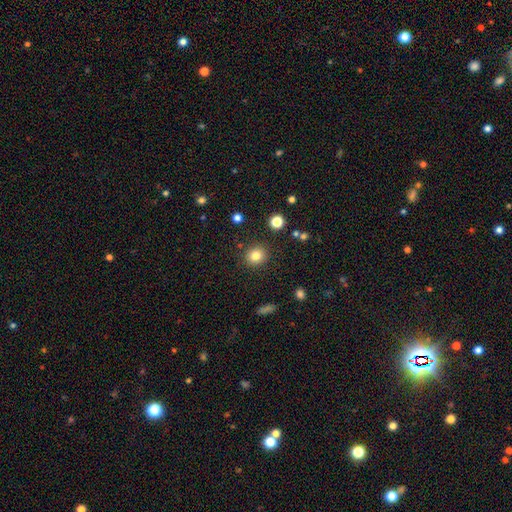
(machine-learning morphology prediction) A smooth galaxy with no disk features (82%) that is round (82%).

Vote fractions:
- Smooth or featured? smooth: 82% / star or artifact: 12% / featured or disk: 7%
- How rounded? round: 82% / in between: 17% / cigar-shaped: 1%
- Merging? none: 89% / minor disturbance: 7% / major disturbance: 2% / merger: 2%